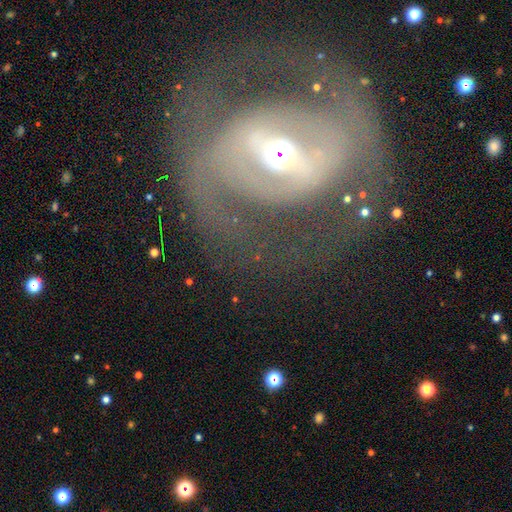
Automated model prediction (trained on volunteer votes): The model was most divided on "bar": strong: 54%, weak: 30%, no: 16%. More confident: edge-on disk — no (94%); smooth or featured — featured or disk (80%); merging — none (72%); spiral arms — yes (66%); bulge size — moderate (59%).